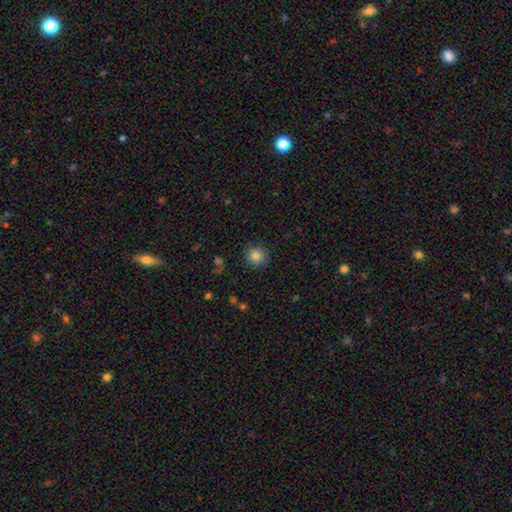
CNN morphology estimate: smooth 84%, star or artifact 10%, featured or disk 6%. Down the decision tree: how rounded — round (93%); merging — none (89%).